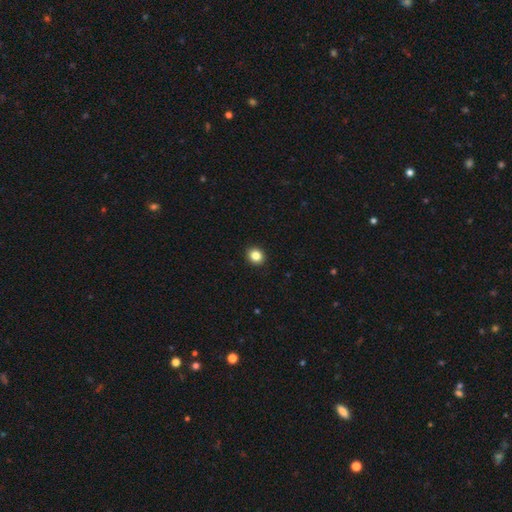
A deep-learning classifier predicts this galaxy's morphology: smooth 85%, star or artifact 10%, featured or disk 5%. Down the decision tree: how rounded — round (77%); merging — none (92%).